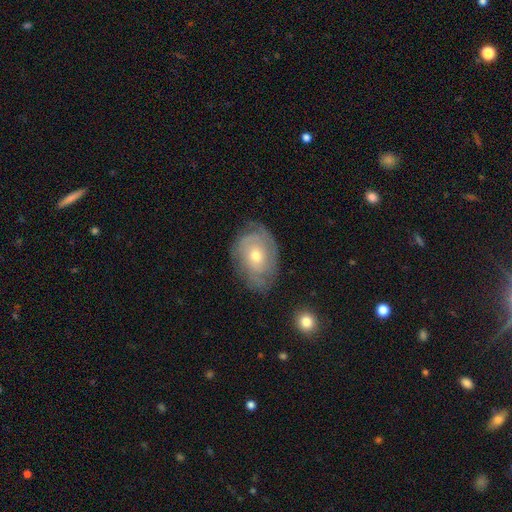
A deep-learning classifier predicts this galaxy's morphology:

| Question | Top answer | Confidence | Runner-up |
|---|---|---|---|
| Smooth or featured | featured or disk | 74% | smooth (19%) |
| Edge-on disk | no | 96% | yes (4%) |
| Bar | no | 78% | weak (19%) |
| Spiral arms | yes | 89% | no (11%) |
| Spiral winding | tight | 65% | medium (27%) |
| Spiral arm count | can't tell | 41% | 2 (25%) |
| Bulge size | moderate | 56% | small (40%) |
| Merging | none | 70% | minor disturbance (21%) |